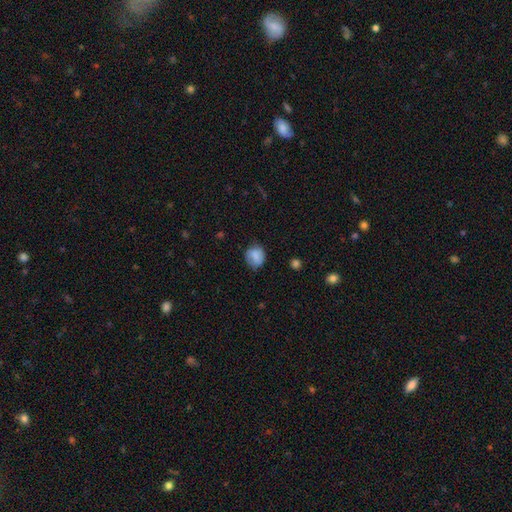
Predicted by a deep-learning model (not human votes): smooth-or-featured: smooth: 74% | featured or disk: 18% | star or artifact: 8%
  how-rounded: round: 71% | in between: 28% | cigar-shaped: 1%
  merging: none: 68% | minor disturbance: 24% | major disturbance: 6% | merger: 1%